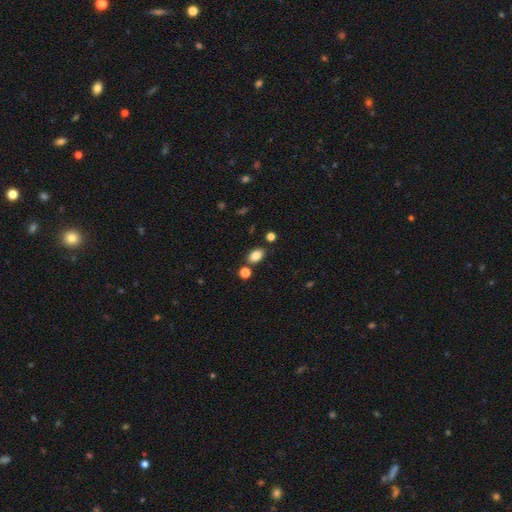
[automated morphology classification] smooth_or_featured: smooth (p=0.83) [alt: star or artifact p=0.10]
how_rounded: in between (p=0.84) [alt: round p=0.14]
merging: none (p=0.78) [alt: minor disturbance p=0.10]